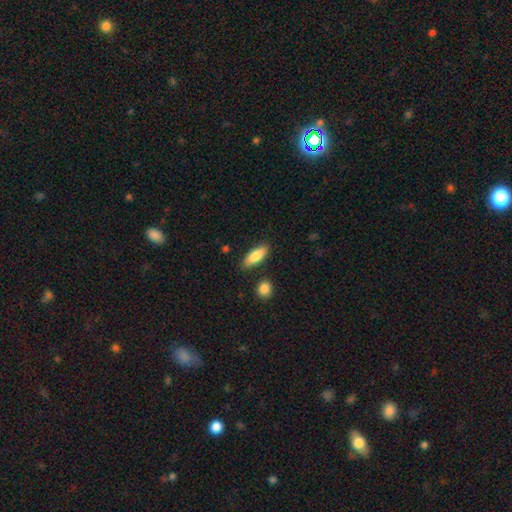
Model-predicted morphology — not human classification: A smooth galaxy with no disk features (83%) that is in between round and cigar-shaped (65%).

Vote fractions:
- Smooth or featured? smooth: 83% / featured or disk: 11% / star or artifact: 6%
- How rounded? in between: 65% / cigar-shaped: 32% / round: 2%
- Merging? none: 83% / minor disturbance: 11% / merger: 4% / major disturbance: 2%